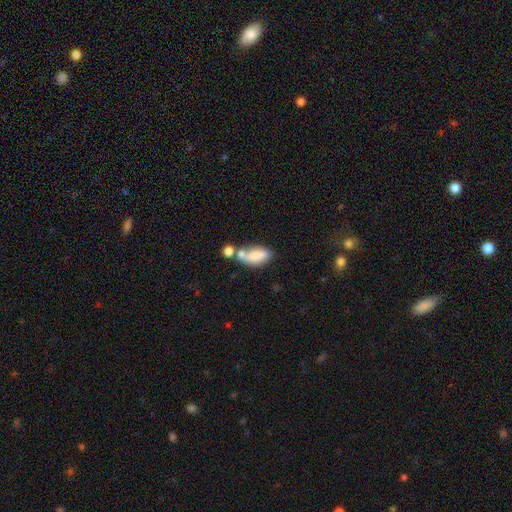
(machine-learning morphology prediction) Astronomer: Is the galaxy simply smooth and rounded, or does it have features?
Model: smooth — 74%.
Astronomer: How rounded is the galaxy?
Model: in between — 81%.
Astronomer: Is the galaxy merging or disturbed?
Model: none — 37% (runner-up: merger, 34%).